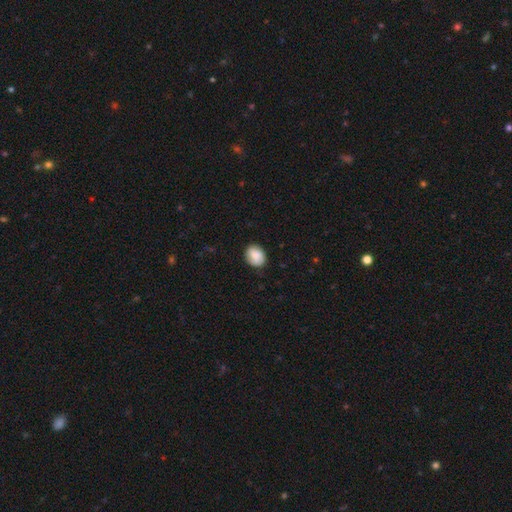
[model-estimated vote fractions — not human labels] Morphology: type=smooth (82%); roundness=round (51%); merging=none (82%).